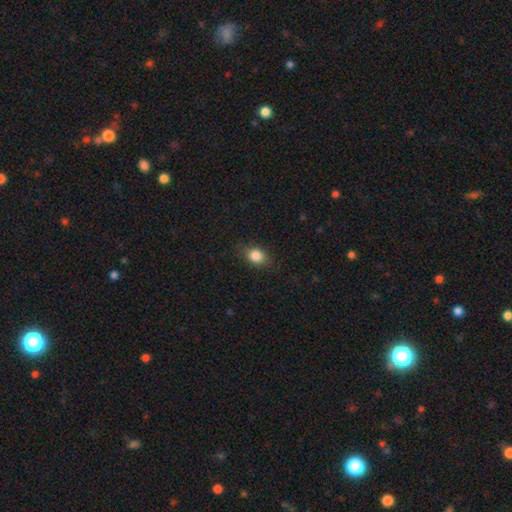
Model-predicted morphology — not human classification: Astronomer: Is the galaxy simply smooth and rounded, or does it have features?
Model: smooth — 84%.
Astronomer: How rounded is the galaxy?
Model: in between — 53% (runner-up: round, 45%).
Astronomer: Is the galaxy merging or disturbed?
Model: none — 82%.